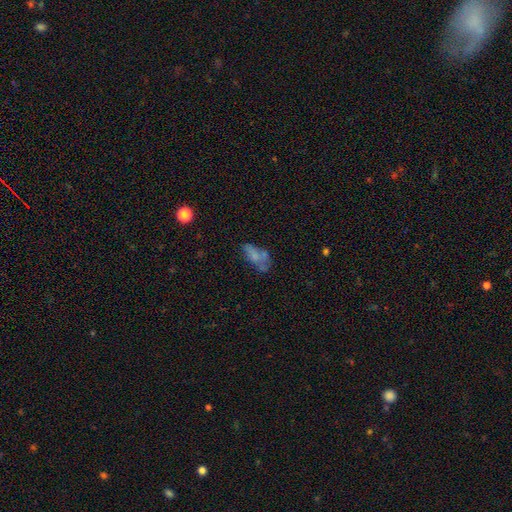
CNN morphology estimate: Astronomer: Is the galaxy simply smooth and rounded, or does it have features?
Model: smooth — 56%.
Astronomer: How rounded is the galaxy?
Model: in between — 85%.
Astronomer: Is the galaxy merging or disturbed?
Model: none — 37% (runner-up: minor disturbance, 23%).